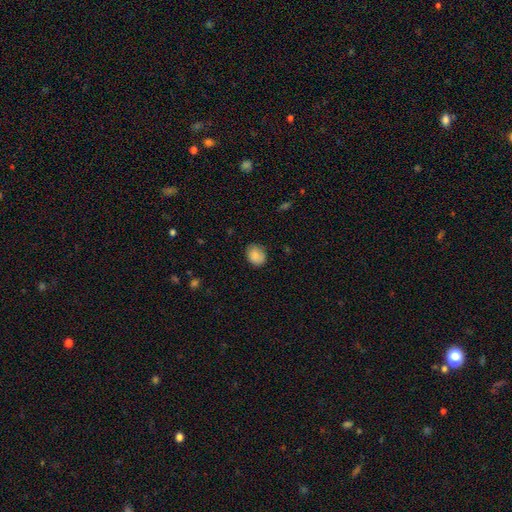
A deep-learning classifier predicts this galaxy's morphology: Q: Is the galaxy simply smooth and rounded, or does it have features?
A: smooth — 86%.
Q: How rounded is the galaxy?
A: round — 59%.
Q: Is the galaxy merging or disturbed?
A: none — 77%.